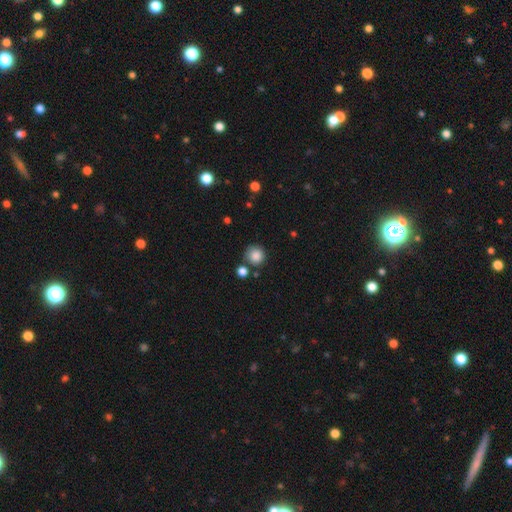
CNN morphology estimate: smooth_or_featured: smooth (p=0.85) [alt: star or artifact p=0.10]
how_rounded: round (p=0.91) [alt: in between p=0.08]
merging: none (p=0.75) [alt: minor disturbance p=0.12]